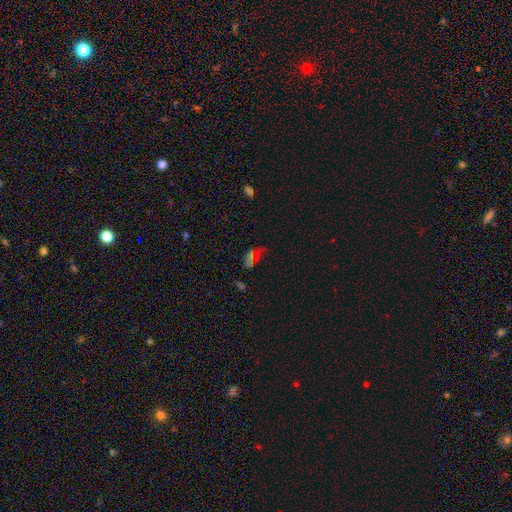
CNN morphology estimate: This is marginally a smooth galaxy (44%). Merging: marginally none (35%).